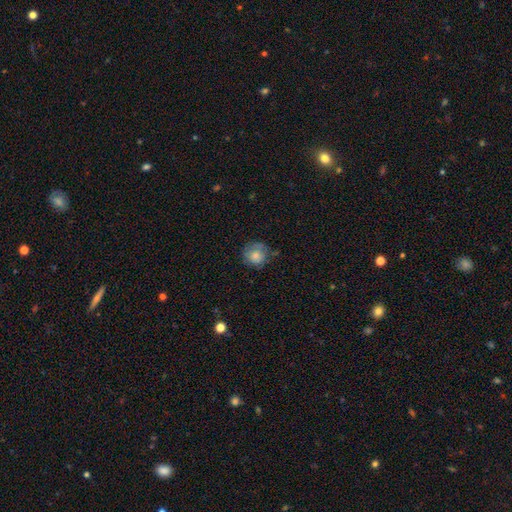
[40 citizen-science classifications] Volunteers were most divided on "merging": none: 69%, minor disturbance: 23%, major disturbance: 9%, merger: 0%. More confident: how rounded — round (97%); smooth or featured — smooth (80%).